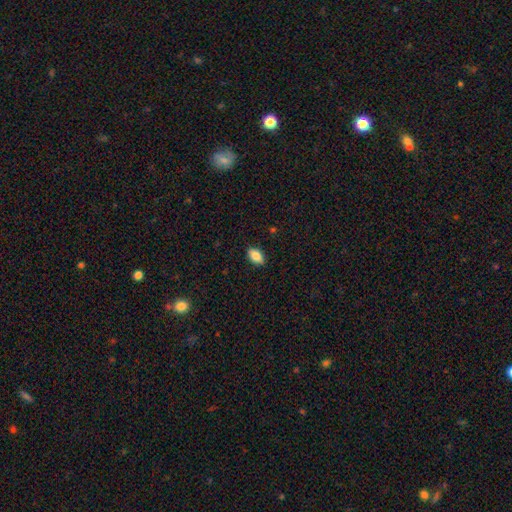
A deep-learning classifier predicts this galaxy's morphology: Smooth or featured? Predicted: smooth (p=0.83). How rounded? Predicted: in between (p=0.89). Merging? Predicted: none (p=0.88).